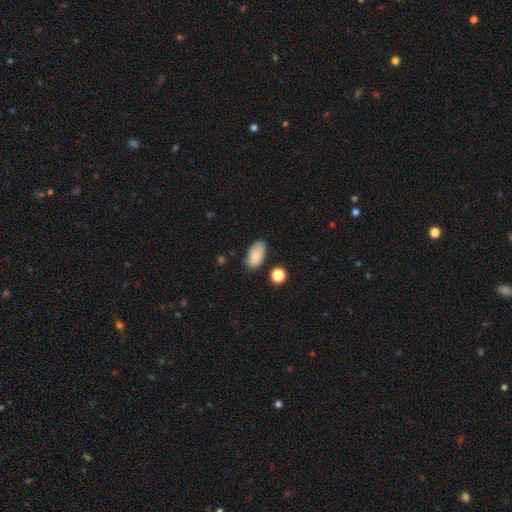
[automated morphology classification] Overall: smooth (82%). How rounded: in between (93%). Merging: none (76%).